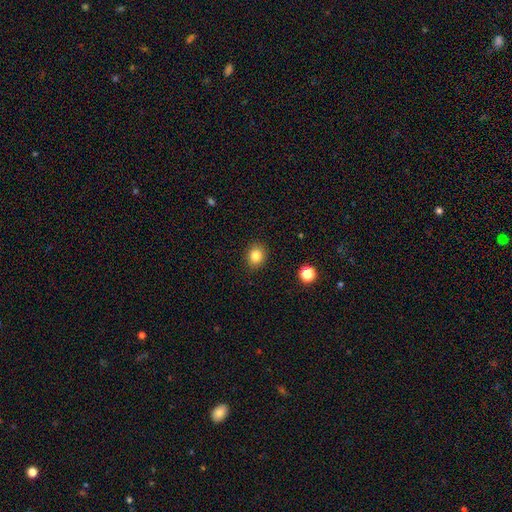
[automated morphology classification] This is clearly a smooth galaxy (84%). How rounded: likely round (63%). Merging: clearly none (89%).